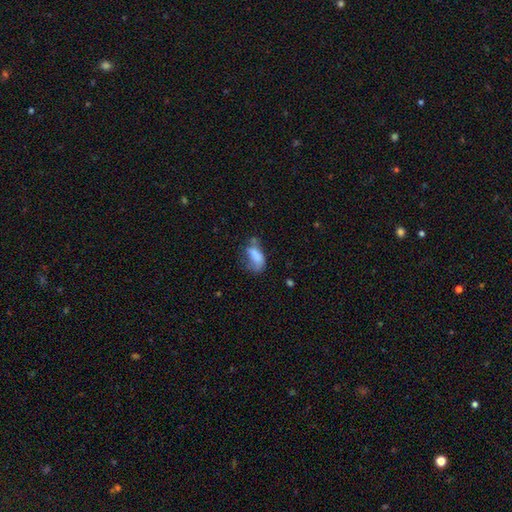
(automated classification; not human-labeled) Smooth or featured: smooth — 74% (featured or disk — 16%)
How rounded: in between — 88% (cigar-shaped — 7%)
Merging: major disturbance — 33% (minor disturbance — 30%)